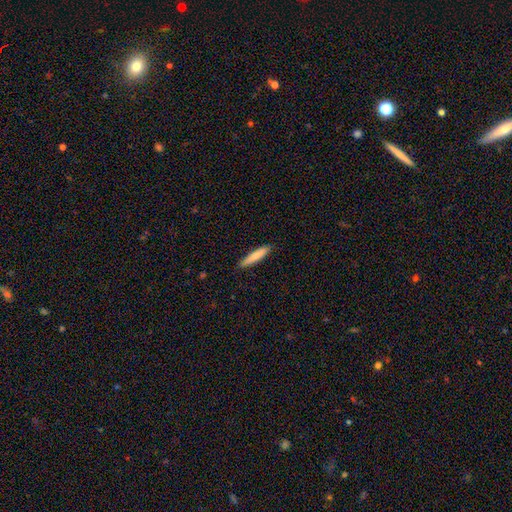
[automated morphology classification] type=smooth (79%); roundness=cigar-shaped (88%); merging=none (87%).